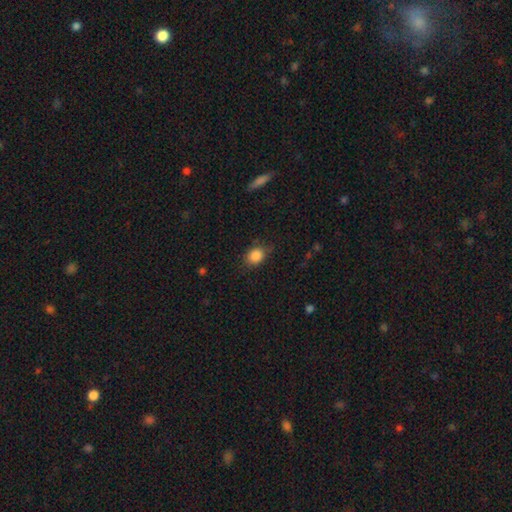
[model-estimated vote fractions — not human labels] Overall: smooth (86%). How rounded: in between (51%; round 47%). Merging: none (75%).